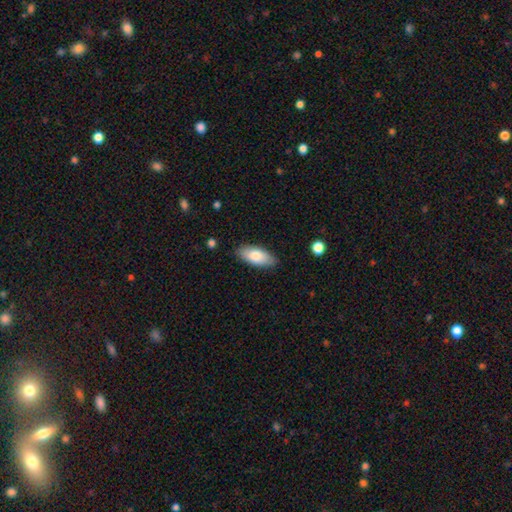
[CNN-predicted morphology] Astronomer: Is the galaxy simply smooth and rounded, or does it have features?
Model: smooth — 79%.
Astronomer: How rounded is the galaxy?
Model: in between — 88%.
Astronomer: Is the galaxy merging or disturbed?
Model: none — 85%.